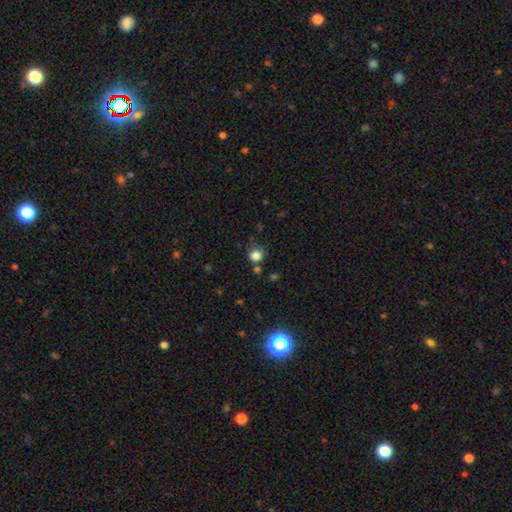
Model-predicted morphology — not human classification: type=smooth (83%); roundness=round (84%); merging=none (71%).